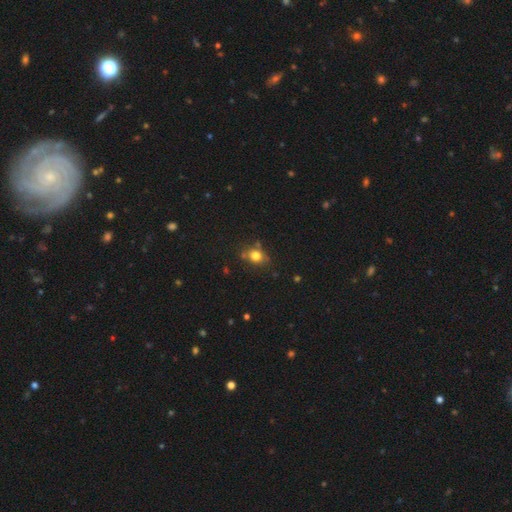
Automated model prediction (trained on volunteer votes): Morphology: type=smooth (75%); roundness=round (52%); merging=none (68%).